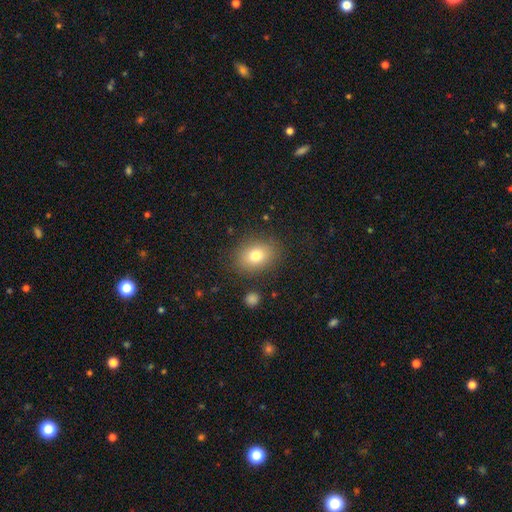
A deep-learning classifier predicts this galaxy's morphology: smooth 78%, featured or disk 11%, star or artifact 11%. Down the decision tree: how rounded — in between (64%); merging — none (84%).